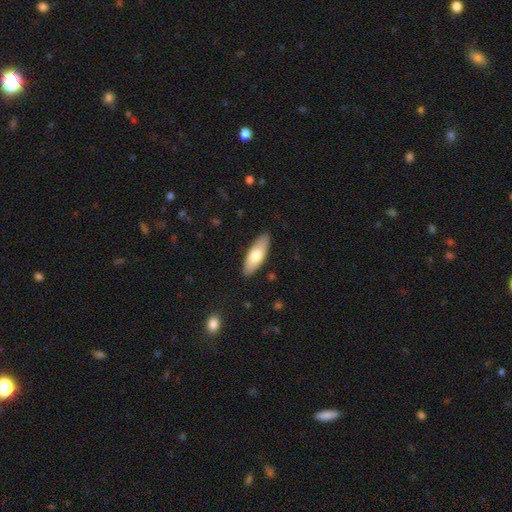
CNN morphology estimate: Smooth or featured? smooth (71%)
How rounded? in between (68%)
Merging? none (88%)